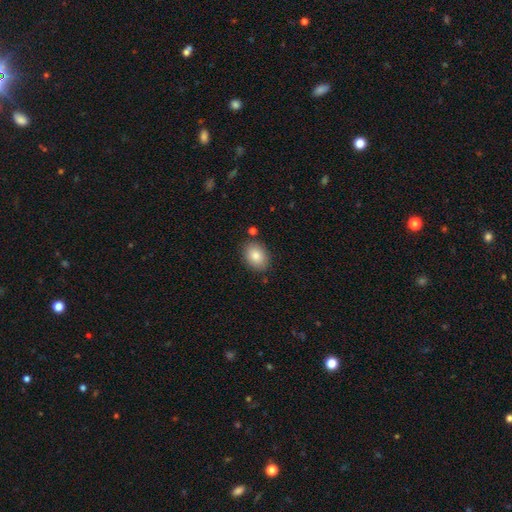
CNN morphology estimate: A smooth galaxy with no disk features (84%) that is in between round and cigar-shaped (75%). Merging: none (84%).